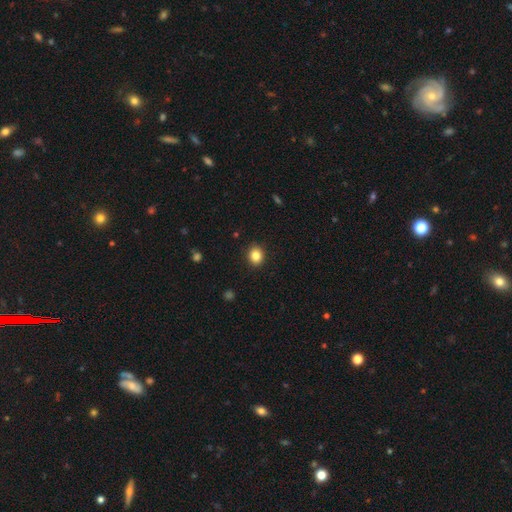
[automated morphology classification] Smooth or featured? Predicted: smooth (p=0.84). How rounded? Predicted: round (p=0.65). Merging? Predicted: none (p=0.90).